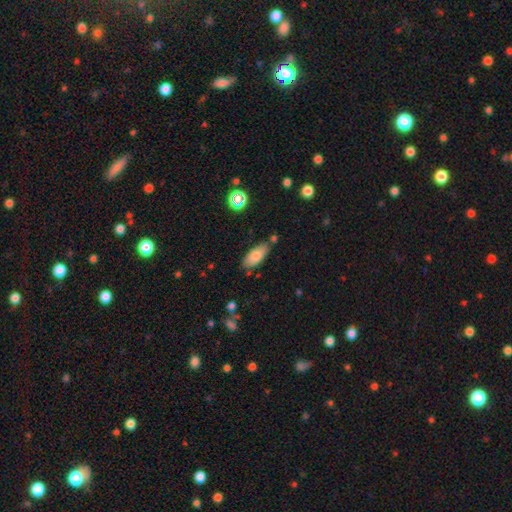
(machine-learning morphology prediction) Smooth or featured? smooth (80%)
How rounded? in between (83%)
Merging? none (73%)